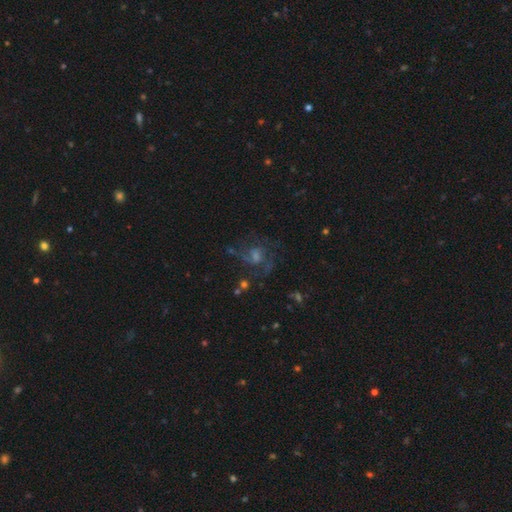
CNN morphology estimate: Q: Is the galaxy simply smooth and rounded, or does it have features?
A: featured or disk — 60%.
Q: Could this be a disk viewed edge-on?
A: no — 97%.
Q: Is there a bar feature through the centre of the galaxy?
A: no — 57%.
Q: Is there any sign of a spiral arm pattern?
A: yes — 84%.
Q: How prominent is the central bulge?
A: moderate — 40%.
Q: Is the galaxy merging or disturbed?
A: none — 58%.